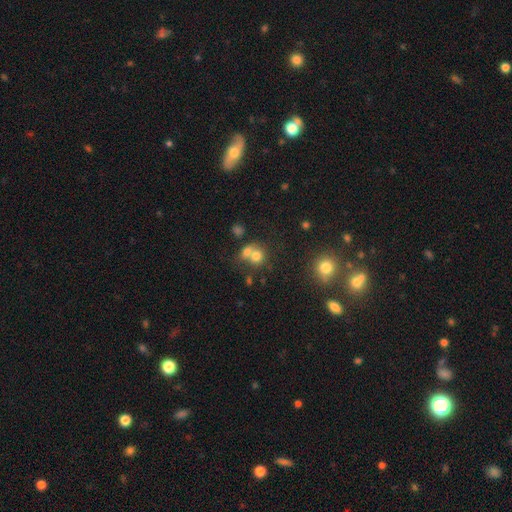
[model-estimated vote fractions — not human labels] Q: Smooth or featured?
A: smooth (72%); runner-up: featured or disk (15%)
Q: How rounded?
A: round (75%); runner-up: in between (24%)
Q: Merging?
A: merger (54%); runner-up: none (33%)